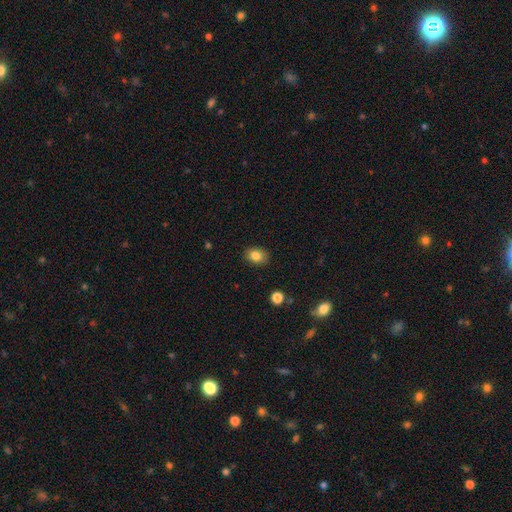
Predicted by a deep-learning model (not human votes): A smooth galaxy with no disk features (83%) that is in between round and cigar-shaped (71%). Merging: none (87%).